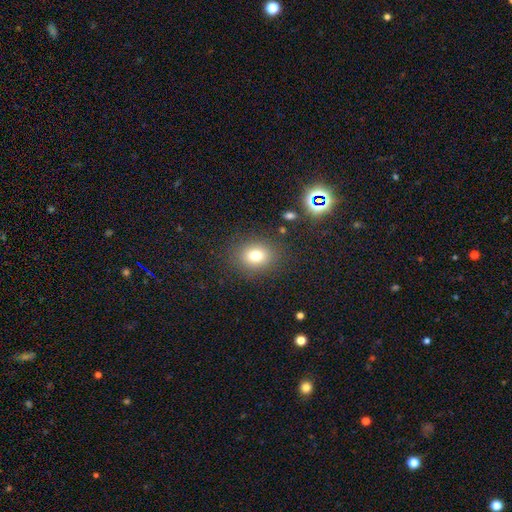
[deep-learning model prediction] smooth 77%, star or artifact 14%, featured or disk 9%. Down the decision tree: how rounded — round (60%); merging — none (86%).